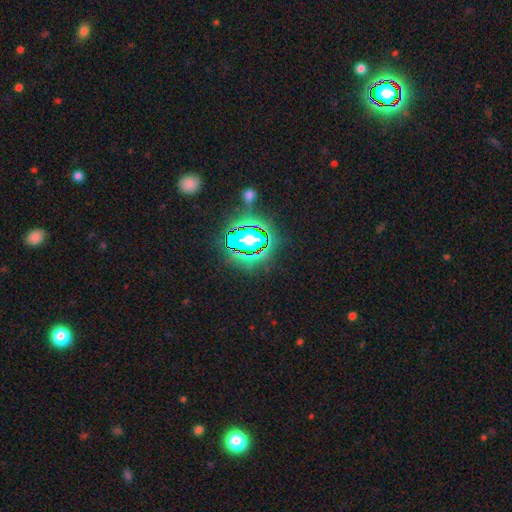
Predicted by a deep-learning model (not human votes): star or artifact 84%, smooth 10%, featured or disk 7%.